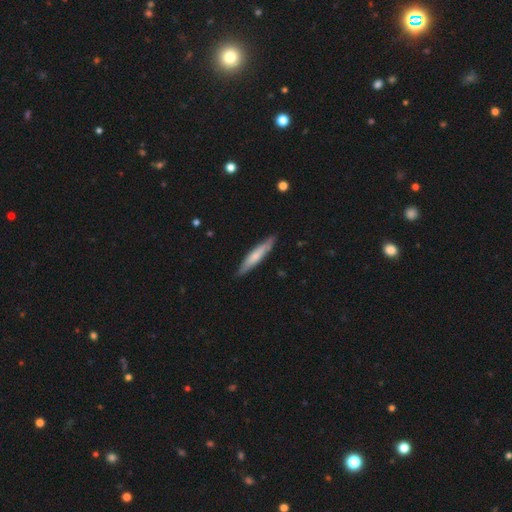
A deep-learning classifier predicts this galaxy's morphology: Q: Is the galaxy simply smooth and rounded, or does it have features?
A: smooth — 63%.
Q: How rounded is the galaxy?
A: cigar-shaped — 89%.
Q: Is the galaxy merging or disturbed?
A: none — 85%.